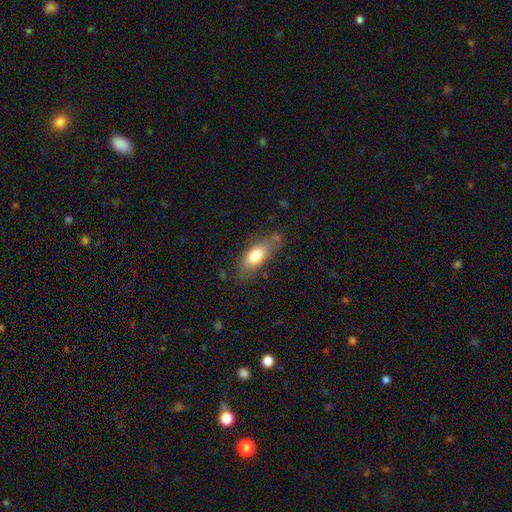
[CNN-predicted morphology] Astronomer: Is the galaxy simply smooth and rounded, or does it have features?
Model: smooth — 74%.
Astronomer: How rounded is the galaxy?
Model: in between — 77%.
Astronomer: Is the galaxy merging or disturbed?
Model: none — 69%.